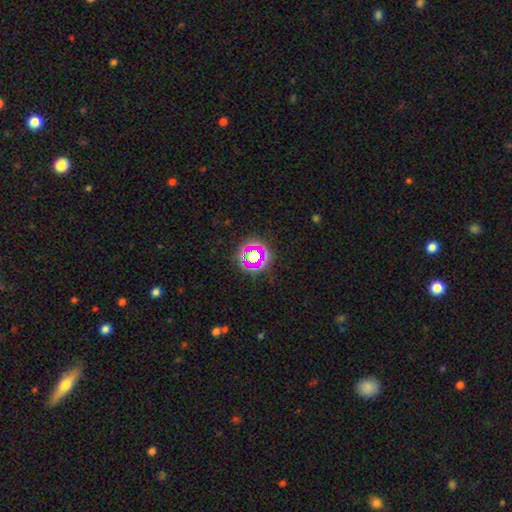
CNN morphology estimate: Smooth or featured? star or artifact (55%)